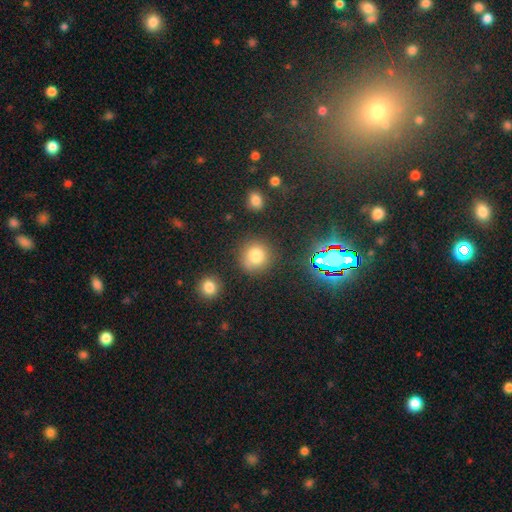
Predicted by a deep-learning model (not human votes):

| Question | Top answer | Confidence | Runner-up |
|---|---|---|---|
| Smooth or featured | smooth | 77% | star or artifact (15%) |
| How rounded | round | 91% | in between (8%) |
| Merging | none | 81% | minor disturbance (10%) |